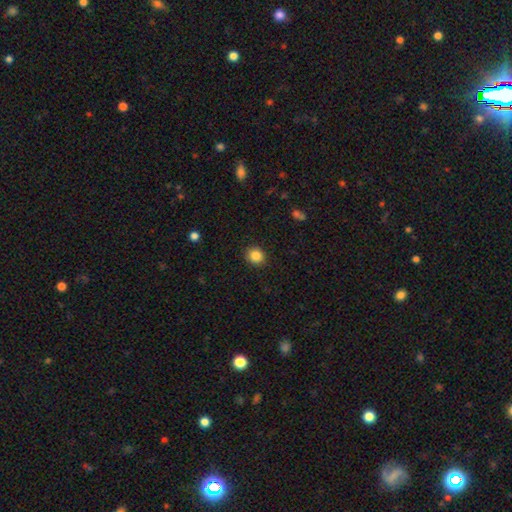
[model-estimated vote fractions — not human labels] A smooth galaxy with no disk features (85%) that is round (85%). Merging: none (91%).